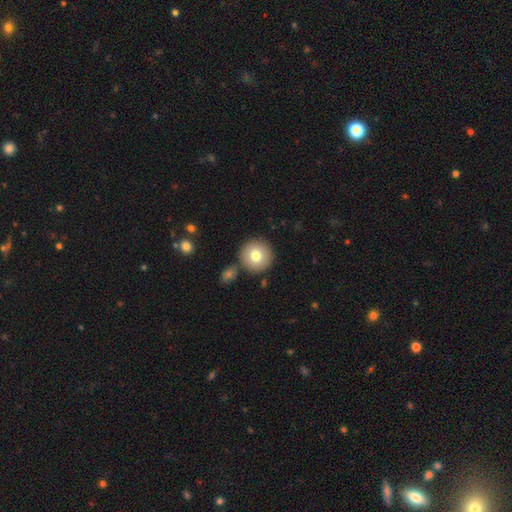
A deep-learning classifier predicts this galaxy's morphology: Q: Smooth or featured?
A: smooth (77%); runner-up: featured or disk (14%)
Q: How rounded?
A: round (95%); runner-up: in between (4%)
Q: Merging?
A: none (83%); runner-up: merger (7%)